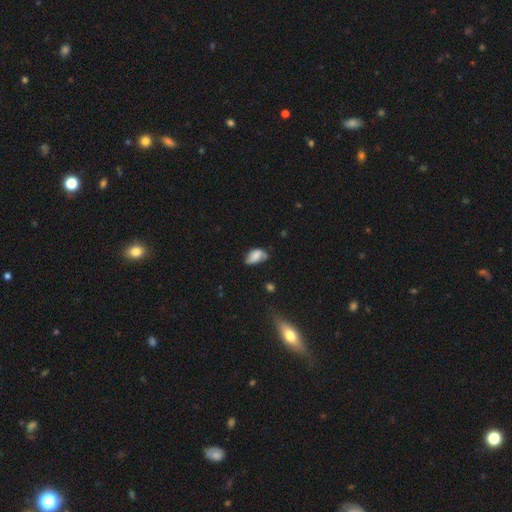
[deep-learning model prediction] A smooth galaxy with no disk features (65%) that is in between round and cigar-shaped (90%). Merging: none (41%).